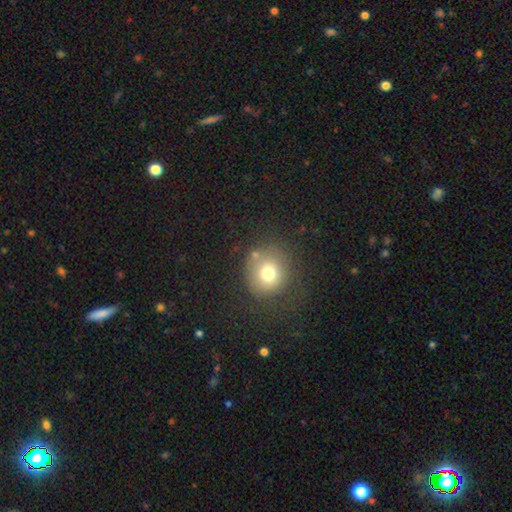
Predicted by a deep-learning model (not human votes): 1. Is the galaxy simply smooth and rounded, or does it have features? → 73% smooth, 14% star or artifact, 13% featured or disk.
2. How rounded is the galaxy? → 89% round, 10% in between, 1% cigar-shaped.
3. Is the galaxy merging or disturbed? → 73% none, 15% minor disturbance, 7% major disturbance, 5% merger.